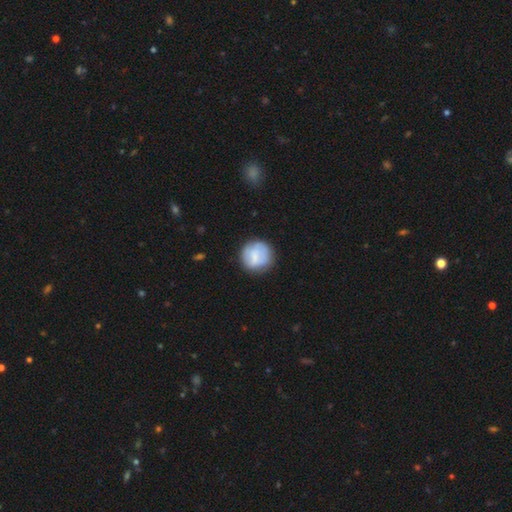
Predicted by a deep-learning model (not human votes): A smooth galaxy with no disk features (71%) that is round (91%).

Vote fractions:
- Smooth or featured? smooth: 71% / featured or disk: 23% / star or artifact: 7%
- How rounded? round: 91% / in between: 8% / cigar-shaped: 1%
- Merging? none: 76% / minor disturbance: 17% / major disturbance: 6% / merger: 2%